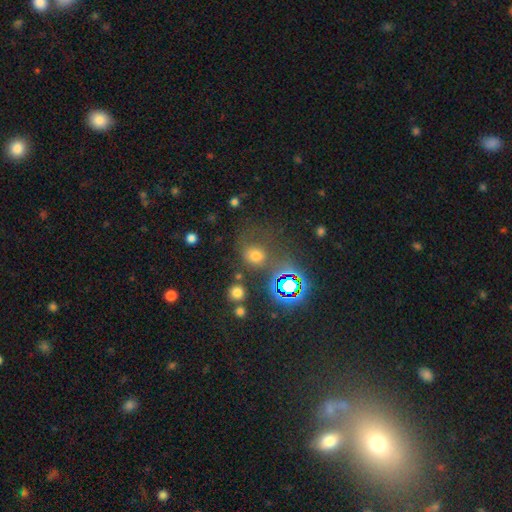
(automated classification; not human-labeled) A smooth galaxy with no disk features (63%) that is round (73%). Merging: none (59%).